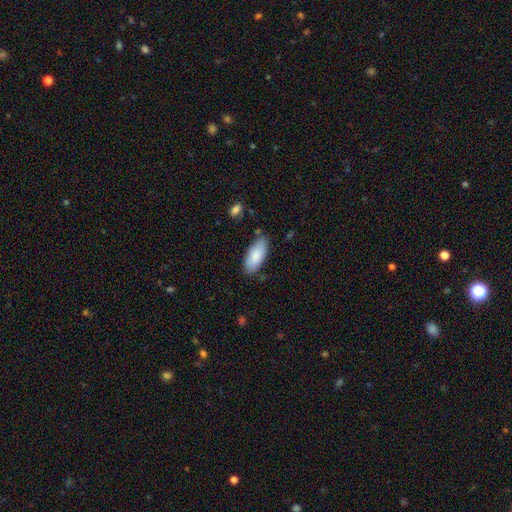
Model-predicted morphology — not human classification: This is clearly a smooth galaxy (85%). How rounded: clearly in between (89%). Merging: likely none (77%).